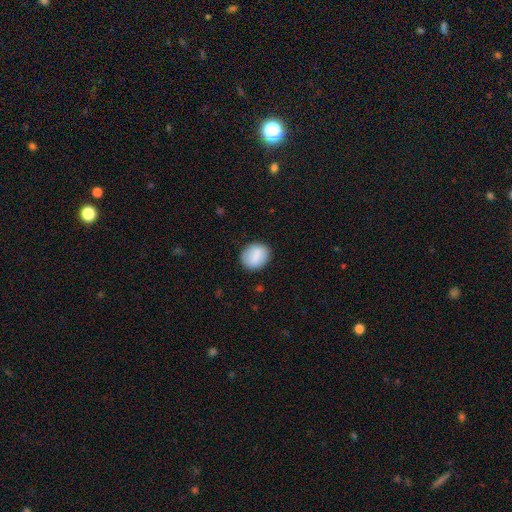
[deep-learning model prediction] smooth-or-featured: smooth: 81% | featured or disk: 12% | star or artifact: 7%
  how-rounded: round: 60% | in between: 39% | cigar-shaped: 1%
  merging: none: 85% | minor disturbance: 11% | major disturbance: 3% | merger: 1%